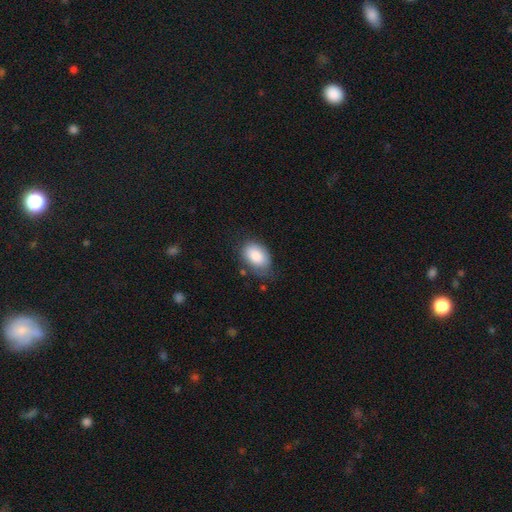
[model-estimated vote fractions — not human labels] A smooth galaxy with no disk features (85%) that is in between round and cigar-shaped (86%). Merging: none (61%).